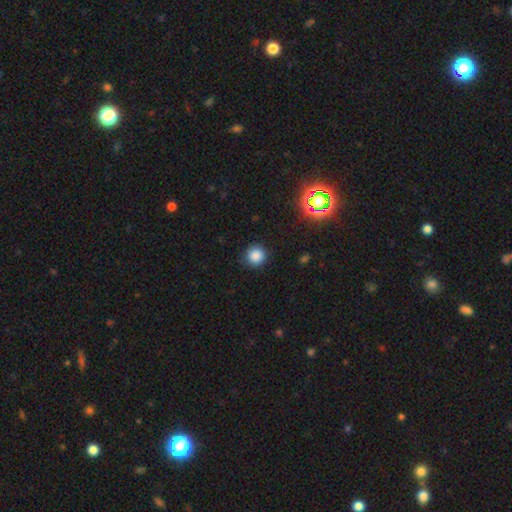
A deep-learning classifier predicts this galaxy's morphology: This appears to be a smooth galaxy with no disk features (84%) that is round (95%). Merging: none (89%).